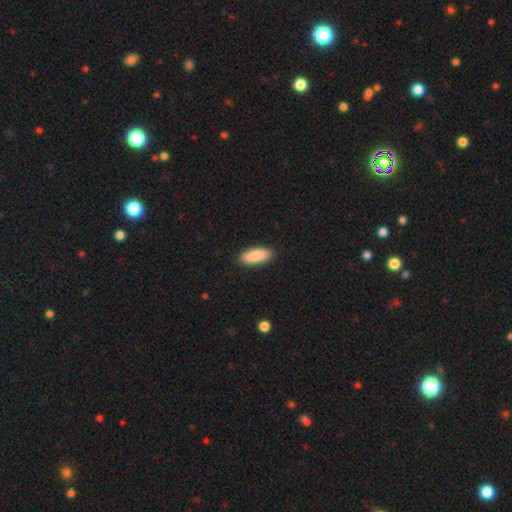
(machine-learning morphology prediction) The model was most divided on "how rounded": in between: 73%, cigar-shaped: 25%, round: 2%. More confident: merging — none (90%); smooth or featured — smooth (88%).